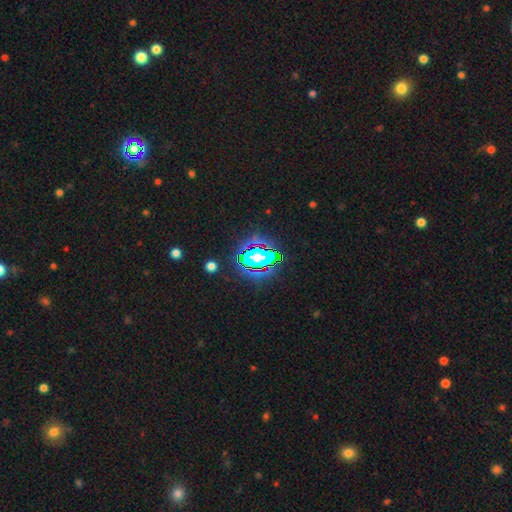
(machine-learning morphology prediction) Smooth or featured? star or artifact (77%)